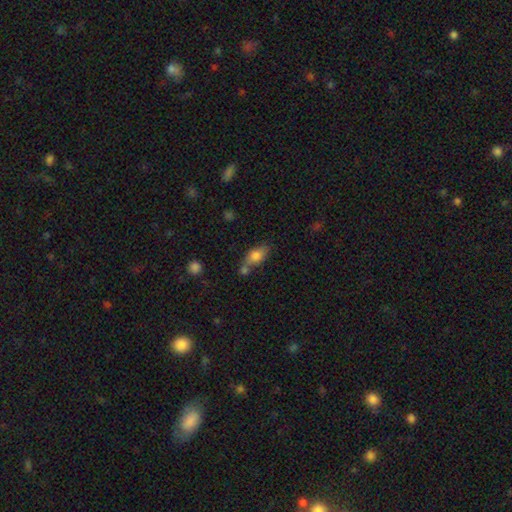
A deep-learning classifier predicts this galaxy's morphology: Smooth or featured: smooth — 77% (featured or disk — 14%)
How rounded: in between — 82% (round — 10%)
Merging: none — 49% (merger — 29%)